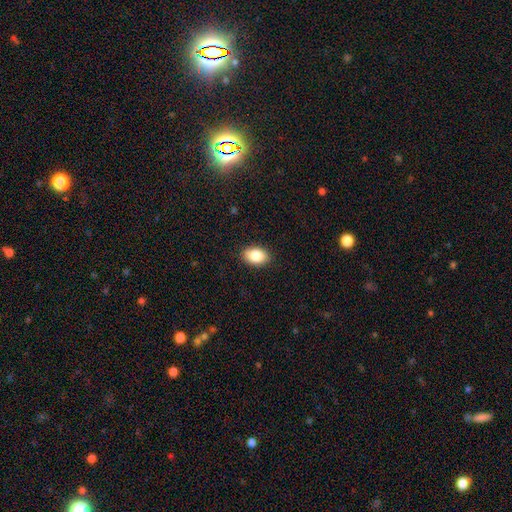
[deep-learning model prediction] Smooth or featured? smooth (85%)
How rounded? in between (87%)
Merging? none (89%)